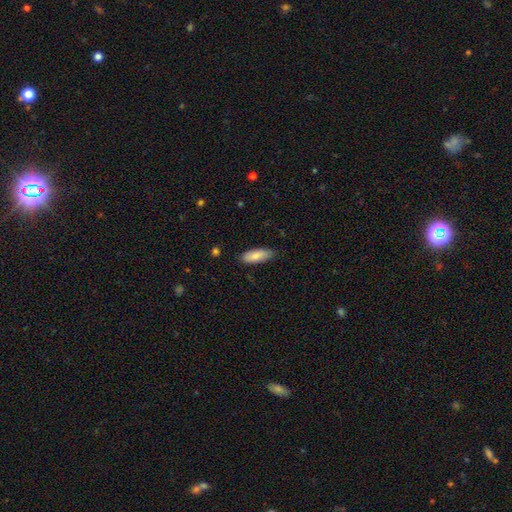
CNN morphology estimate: smooth-or-featured: smooth: 84% | featured or disk: 10% | star or artifact: 6%
  how-rounded: in between: 71% | cigar-shaped: 27% | round: 2%
  merging: none: 83% | minor disturbance: 13% | major disturbance: 2% | merger: 1%